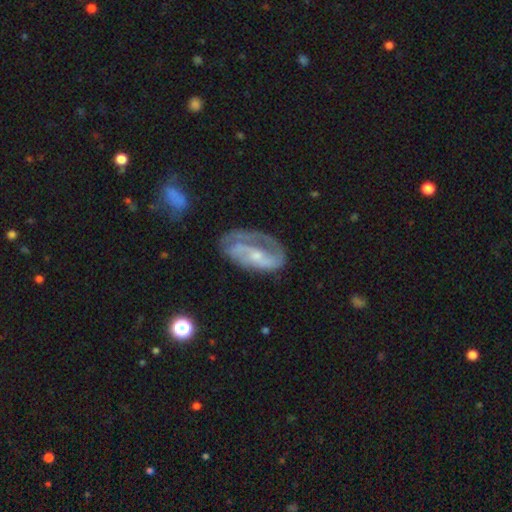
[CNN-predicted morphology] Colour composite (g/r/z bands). It shows a featured or disk galaxy (75%) with no bar (51%), 2 (47%) medium (40%) spiral arms (83%) and a small central bulge (66%). Merging: none (47%).